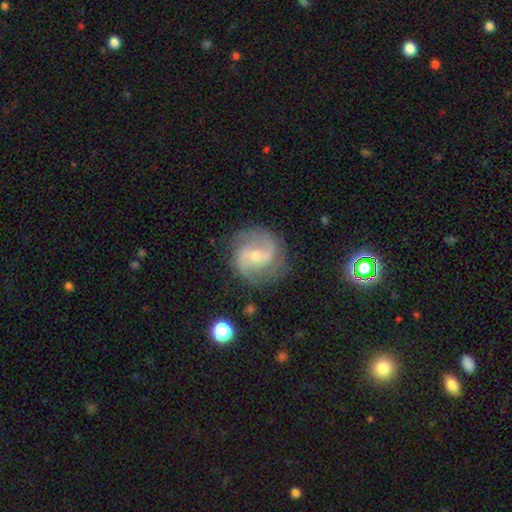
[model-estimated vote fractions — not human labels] Smooth or featured?
  - featured or disk: 84% *
  - smooth: 9%
  - star or artifact: 6%
Edge-on disk?
  - no: 98% *
  - yes: 2%
Bar?
  - weak: 48% *
  - no: 35%
  - strong: 17%
Spiral arms?
  - yes: 96% *
  - no: 4%
Spiral winding?
  - medium: 53% *
  - loose: 24%
  - tight: 23%
Spiral arm count?
  - 2: 86% *
  - can't tell: 5%
  - 3: 4%
  - 1: 2%
  - 4: 1%
  - more than 4: 1%
Bulge size?
  - small: 52% *
  - moderate: 44%
  - large: 2%
  - none: 2%
  - dominant: 1%
Merging?
  - none: 78% *
  - minor disturbance: 15%
  - major disturbance: 6%
  - merger: 2%